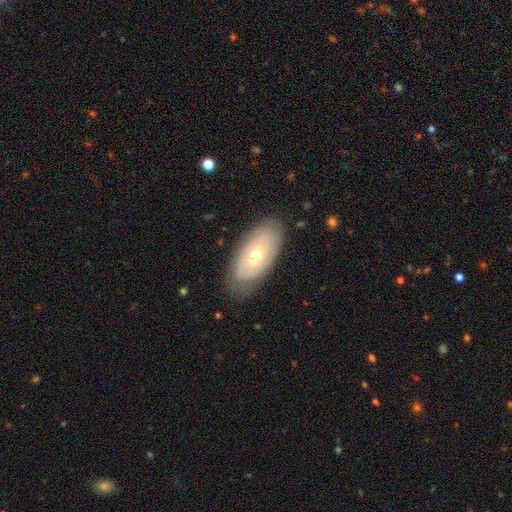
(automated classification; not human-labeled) Smooth or featured?
  - featured or disk: 53% *
  - smooth: 41%
  - star or artifact: 6%
Edge-on disk?
  - no: 85% *
  - yes: 15%
Merging?
  - none: 79% *
  - minor disturbance: 15%
  - major disturbance: 4%
  - merger: 1%